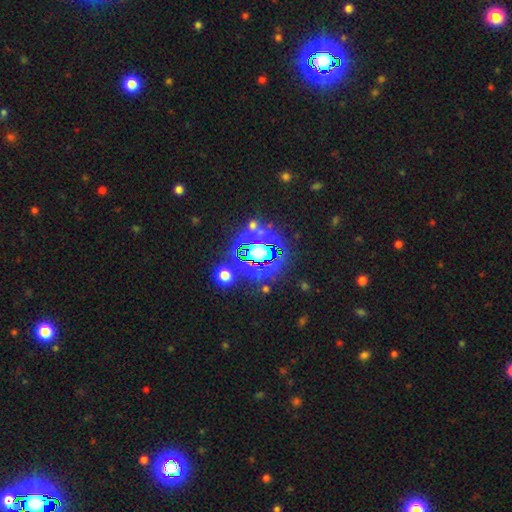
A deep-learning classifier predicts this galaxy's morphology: star or artifact 74%, smooth 14%, featured or disk 12%.